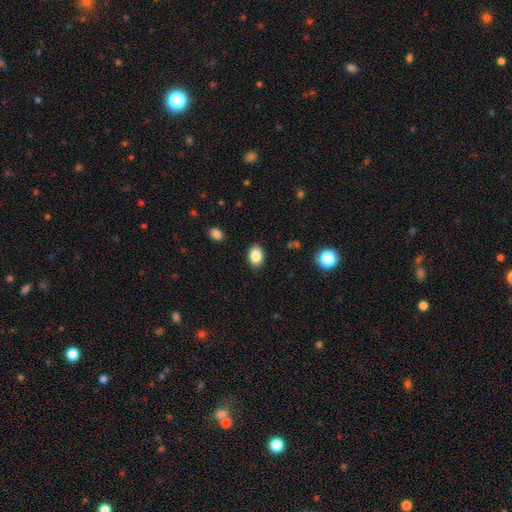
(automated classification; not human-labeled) smooth 87%, star or artifact 9%, featured or disk 5%. Down the decision tree: how rounded — in between (76%); merging — none (88%).